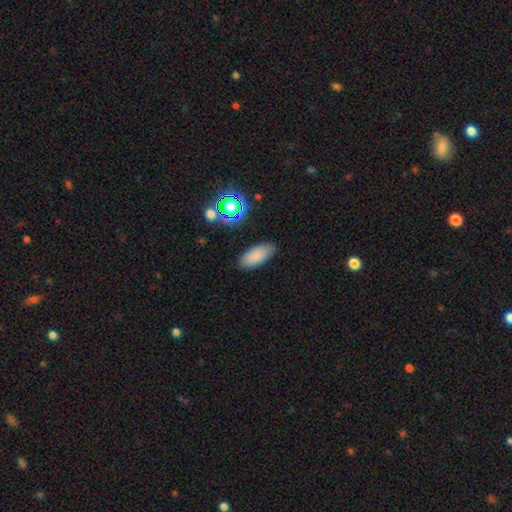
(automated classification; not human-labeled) Smooth or featured? Predicted: smooth (p=0.83). How rounded? Predicted: in between (p=0.86). Merging? Predicted: none (p=0.82).